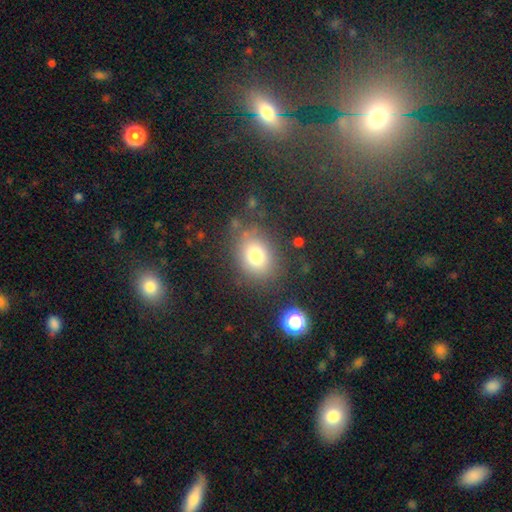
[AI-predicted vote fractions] Smooth or featured: smooth — 77% (star or artifact — 13%)
How rounded: in between — 53% (round — 46%)
Merging: none — 76% (minor disturbance — 14%)